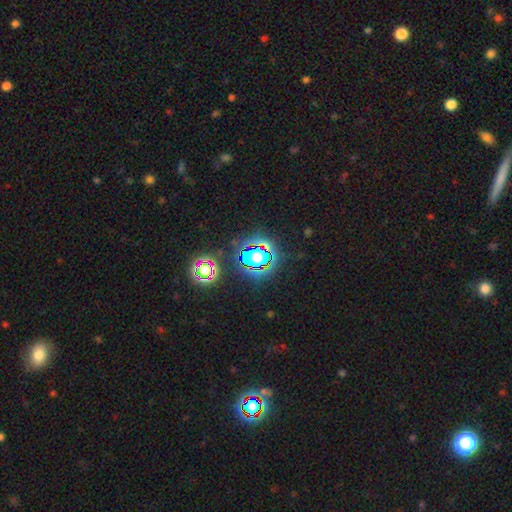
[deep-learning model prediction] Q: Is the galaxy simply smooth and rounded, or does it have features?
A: star or artifact — 60%.